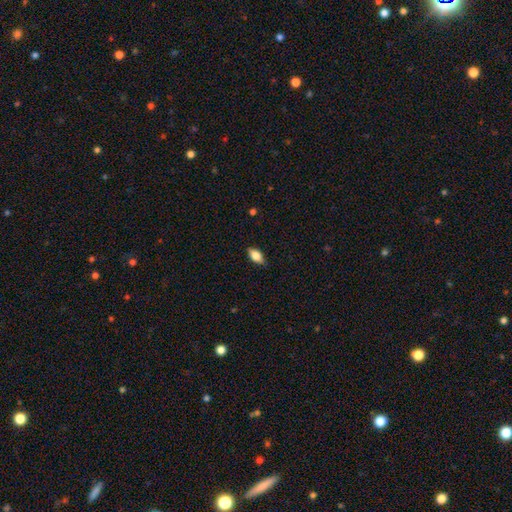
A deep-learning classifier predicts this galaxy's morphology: smooth_or_featured: smooth (p=0.78) [alt: featured or disk p=0.15]
how_rounded: in between (p=0.89) [alt: cigar-shaped p=0.06]
merging: none (p=0.84) [alt: minor disturbance p=0.13]